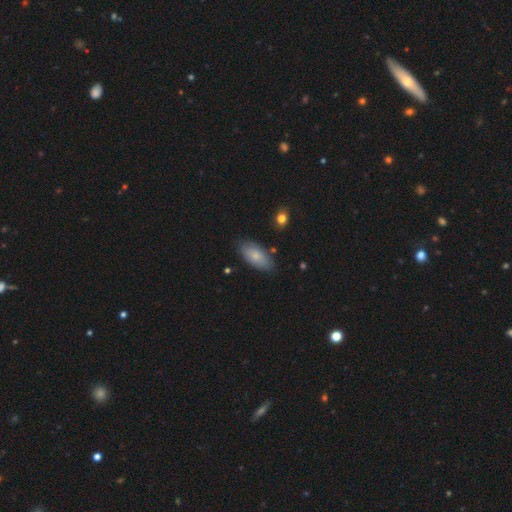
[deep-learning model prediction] Morphology: type=smooth (78%); roundness=in between (91%); merging=none (80%).